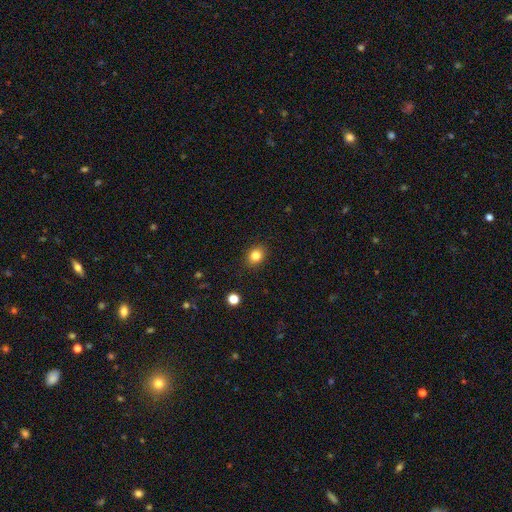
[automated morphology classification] smooth-or-featured: smooth: 83% | star or artifact: 11% | featured or disk: 6%
  how-rounded: round: 56% | in between: 43% | cigar-shaped: 1%
  merging: none: 89% | minor disturbance: 8% | major disturbance: 2% | merger: 1%